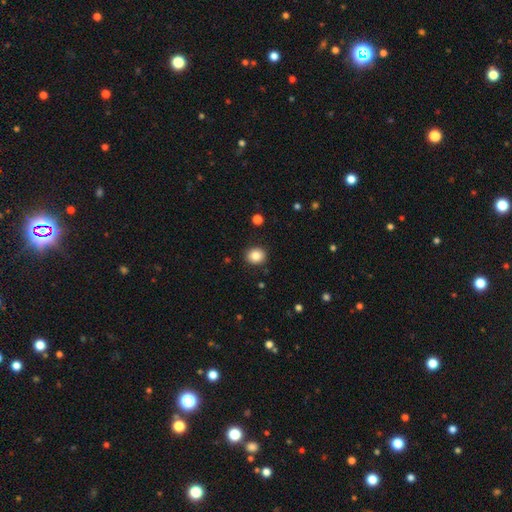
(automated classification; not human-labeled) Overall: smooth (84%). How rounded: round (78%). Merging: none (90%).